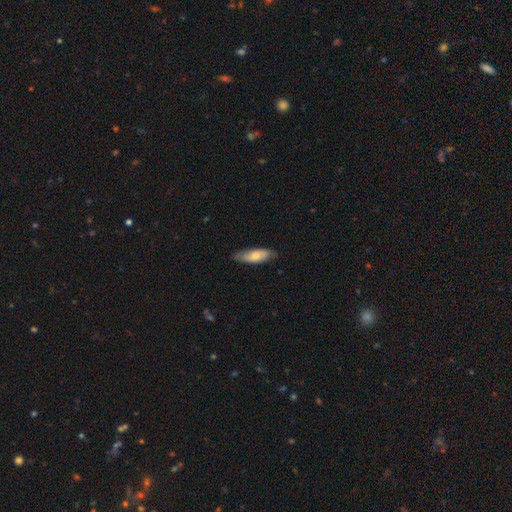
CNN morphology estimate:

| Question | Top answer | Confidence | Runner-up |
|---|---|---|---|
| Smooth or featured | smooth | 67% | featured or disk (27%) |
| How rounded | in between | 59% | cigar-shaped (39%) |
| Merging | none | 75% | minor disturbance (21%) |